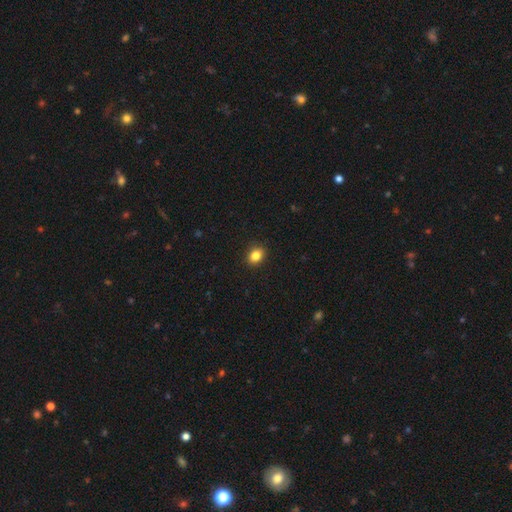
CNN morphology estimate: Overall: smooth (84%). How rounded: round (50%; in between 49%). Merging: none (90%).